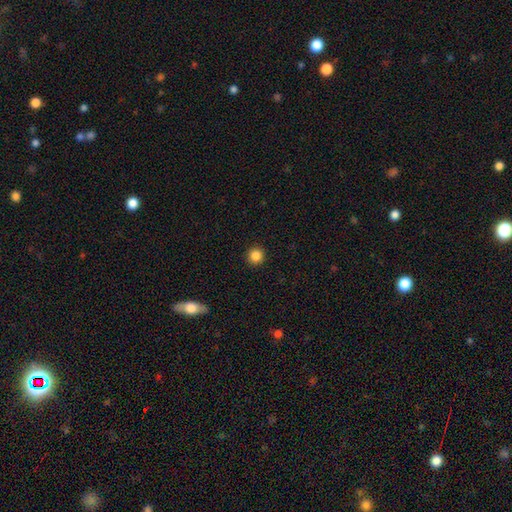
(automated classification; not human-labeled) Smooth or featured? Predicted: smooth (p=0.86). How rounded? Predicted: round (p=0.95). Merging? Predicted: none (p=0.93).